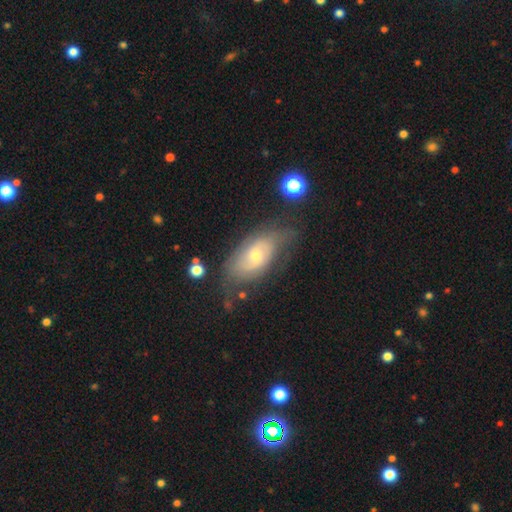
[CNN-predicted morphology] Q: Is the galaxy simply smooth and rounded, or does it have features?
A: featured or disk — 59%.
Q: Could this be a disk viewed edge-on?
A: no — 90%.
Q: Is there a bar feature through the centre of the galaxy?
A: no — 71%.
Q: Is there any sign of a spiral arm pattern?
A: yes — 73%.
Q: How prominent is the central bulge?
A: moderate — 50%.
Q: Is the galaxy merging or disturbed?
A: none — 57%.